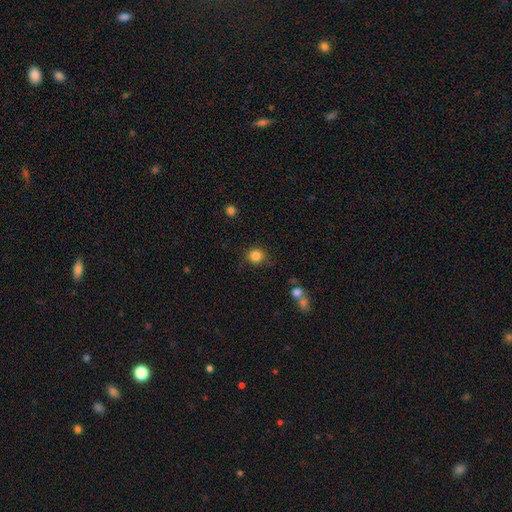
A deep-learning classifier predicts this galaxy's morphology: A smooth galaxy with no disk features (85%) that is round (91%).

Vote fractions:
- Smooth or featured? smooth: 85% / star or artifact: 11% / featured or disk: 4%
- How rounded? round: 91% / in between: 8% / cigar-shaped: 1%
- Merging? none: 85% / minor disturbance: 10% / major disturbance: 3% / merger: 2%